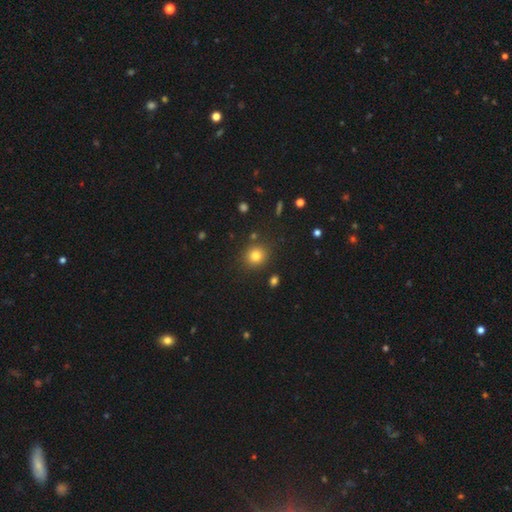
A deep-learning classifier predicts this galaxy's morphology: smooth 80%, star or artifact 13%, featured or disk 7%. Down the decision tree: how rounded — round (85%); merging — none (86%).